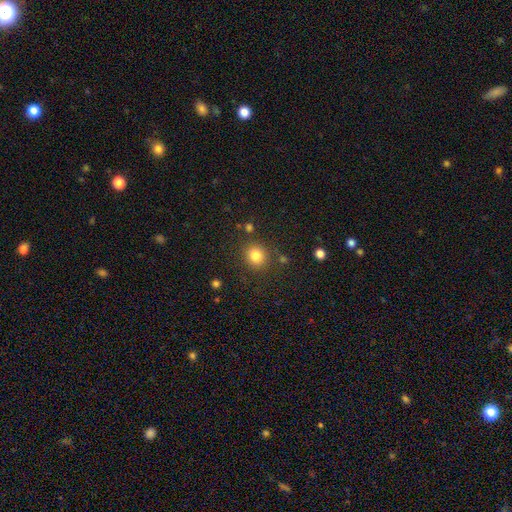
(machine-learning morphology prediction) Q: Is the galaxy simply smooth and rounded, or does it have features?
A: smooth — 83%.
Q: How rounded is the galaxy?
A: round — 81%.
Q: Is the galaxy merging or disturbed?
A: none — 84%.